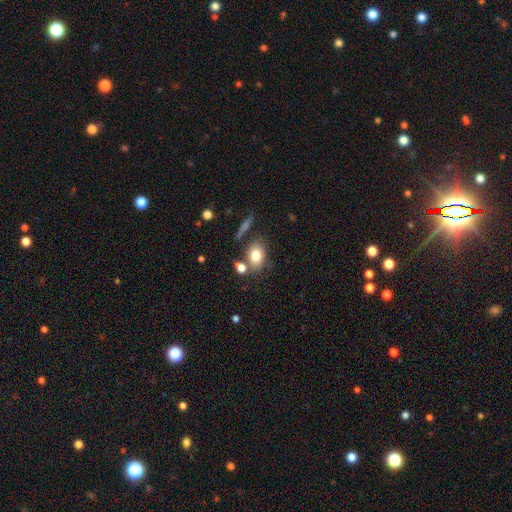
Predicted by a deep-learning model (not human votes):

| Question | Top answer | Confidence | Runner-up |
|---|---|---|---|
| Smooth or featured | smooth | 77% | featured or disk (13%) |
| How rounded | in between | 68% | round (30%) |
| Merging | none | 67% | merger (15%) |